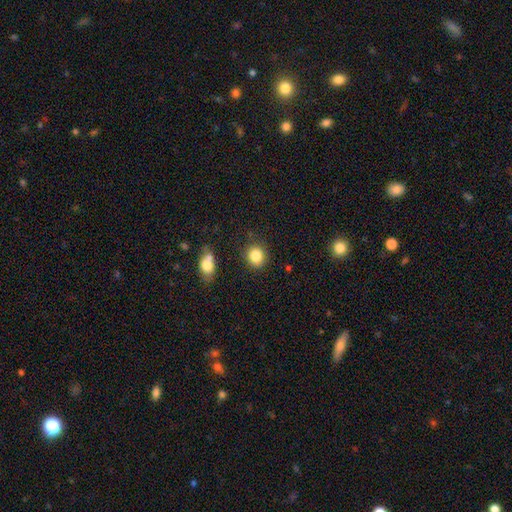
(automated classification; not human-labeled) smooth 84%, star or artifact 10%, featured or disk 6%. Down the decision tree: how rounded — round (77%); merging — none (85%).